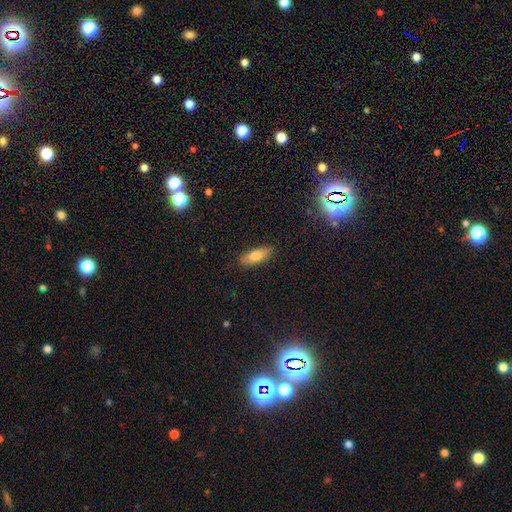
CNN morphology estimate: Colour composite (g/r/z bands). It shows a smooth galaxy with no disk features (78%) that is in between round and cigar-shaped (69%). Merging: none (87%).